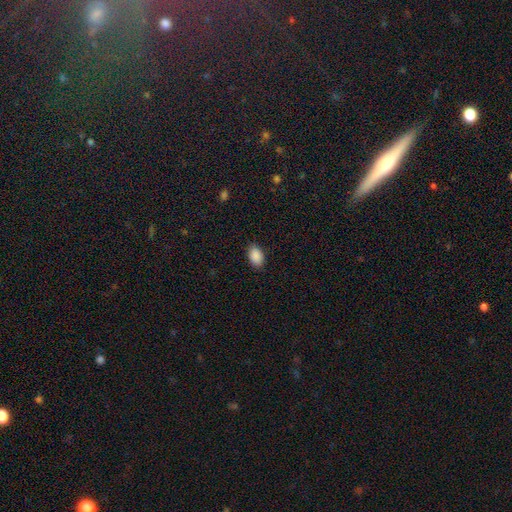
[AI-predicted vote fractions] The model was most divided on "merging": none: 86%, minor disturbance: 10%, major disturbance: 2%, merger: 1%. More confident: how rounded — in between (90%); smooth or featured — smooth (90%).